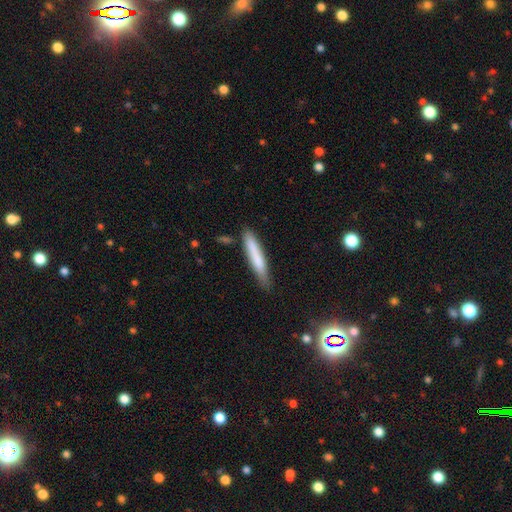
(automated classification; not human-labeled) Q: Smooth or featured?
A: smooth (73%); runner-up: featured or disk (20%)
Q: How rounded?
A: cigar-shaped (92%); runner-up: in between (7%)
Q: Merging?
A: none (77%); runner-up: minor disturbance (17%)